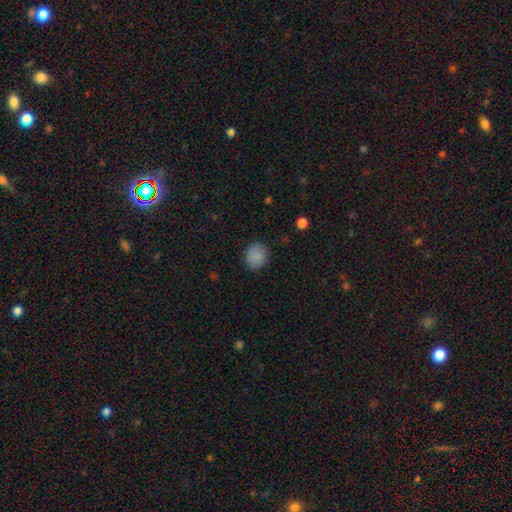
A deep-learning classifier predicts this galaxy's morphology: type=smooth (87%); roundness=round (79%); merging=none (86%).